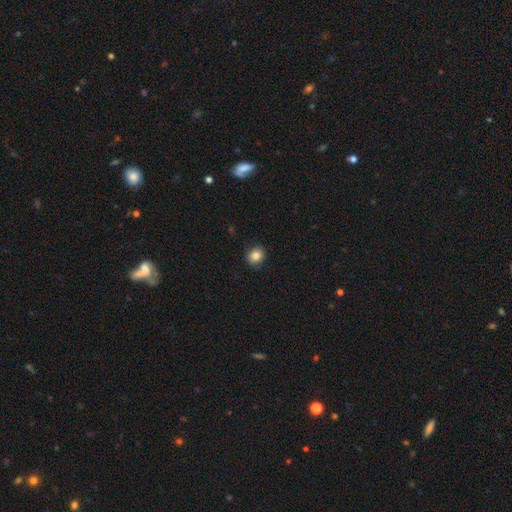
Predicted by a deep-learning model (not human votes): A smooth galaxy with no disk features (85%) that is round (80%). Merging: none (87%).